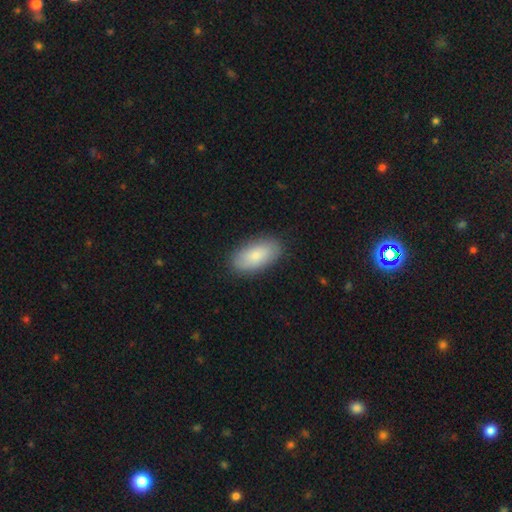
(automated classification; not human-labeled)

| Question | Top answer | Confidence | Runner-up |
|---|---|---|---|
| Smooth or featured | smooth | 80% | featured or disk (14%) |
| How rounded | in between | 92% | cigar-shaped (5%) |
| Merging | none | 86% | minor disturbance (10%) |